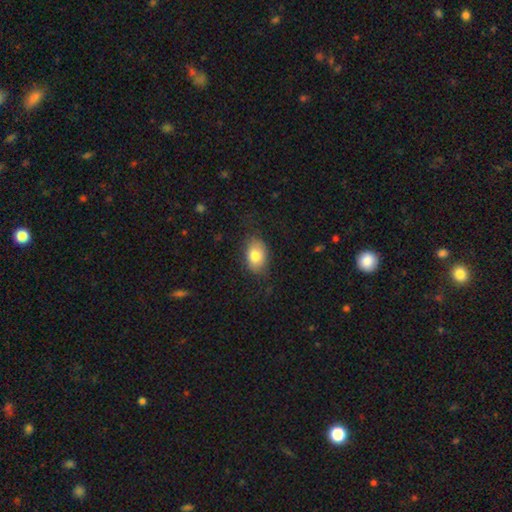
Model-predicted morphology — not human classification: Smooth or featured: smooth — 80% (featured or disk — 12%)
How rounded: in between — 86% (round — 13%)
Merging: none — 75% (minor disturbance — 18%)